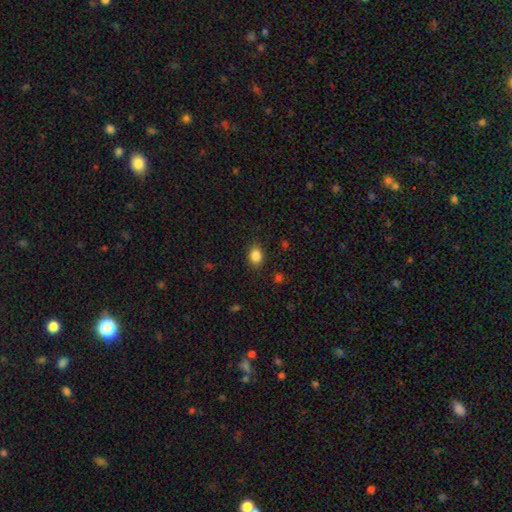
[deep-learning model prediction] Q: Smooth or featured?
A: smooth (86%); runner-up: star or artifact (10%)
Q: How rounded?
A: in between (62%); runner-up: round (37%)
Q: Merging?
A: none (86%); runner-up: minor disturbance (10%)